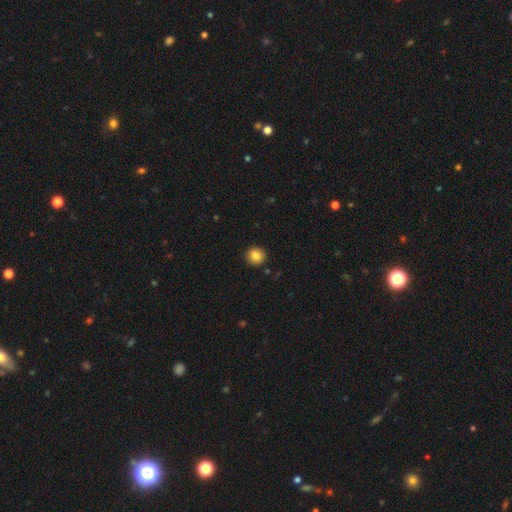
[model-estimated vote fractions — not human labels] This appears to be a smooth galaxy with no disk features (85%) that is round (90%). Merging: none (92%).